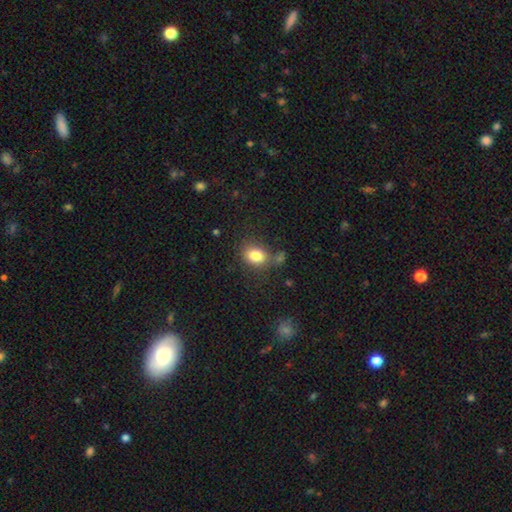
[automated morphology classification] This appears to be a smooth galaxy with no disk features (82%) that is in between round and cigar-shaped (54%). Merging: none (69%).